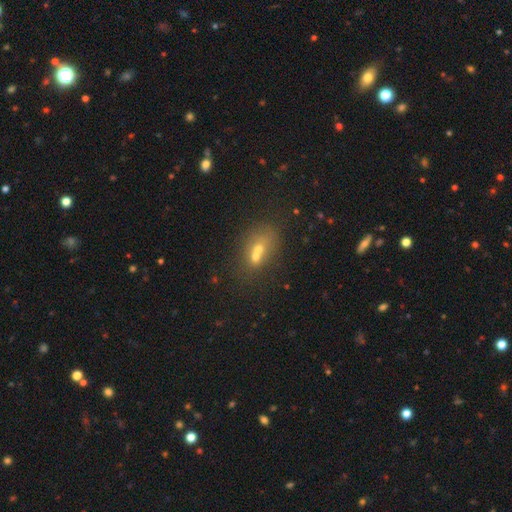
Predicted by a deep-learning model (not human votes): Smooth or featured? Predicted: smooth (p=0.54). How rounded? Predicted: in between (p=0.63). Merging? Predicted: merger (p=0.43).